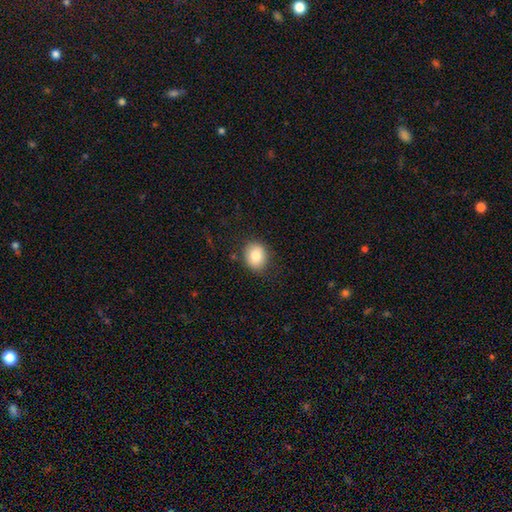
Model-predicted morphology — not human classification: A smooth galaxy with no disk features (83%) that is round (67%).

Vote fractions:
- Smooth or featured? smooth: 83% / star or artifact: 9% / featured or disk: 8%
- How rounded? round: 67% / in between: 32% / cigar-shaped: 1%
- Merging? none: 84% / minor disturbance: 11% / major disturbance: 3% / merger: 2%